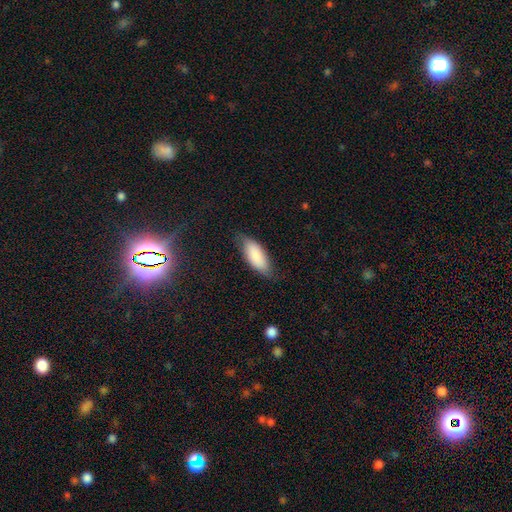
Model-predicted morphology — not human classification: smooth_or_featured: smooth (p=0.85) [alt: featured or disk p=0.09]
how_rounded: in between (p=0.83) [alt: cigar-shaped p=0.15]
merging: none (p=0.69) [alt: minor disturbance p=0.24]